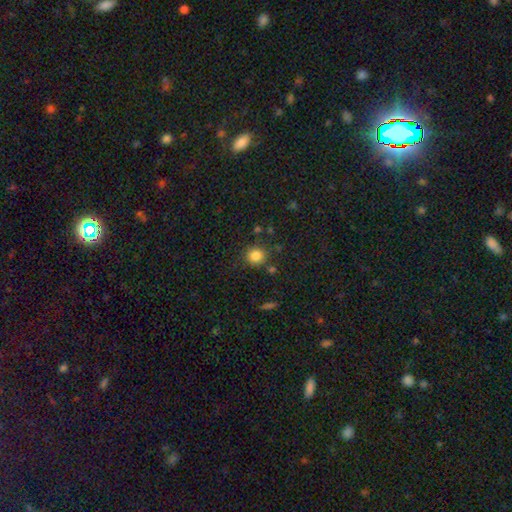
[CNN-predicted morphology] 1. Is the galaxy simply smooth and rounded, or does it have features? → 84% smooth, 11% star or artifact, 5% featured or disk.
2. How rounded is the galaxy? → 88% round, 11% in between, 1% cigar-shaped.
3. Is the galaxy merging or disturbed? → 82% none, 10% minor disturbance, 5% merger, 4% major disturbance.